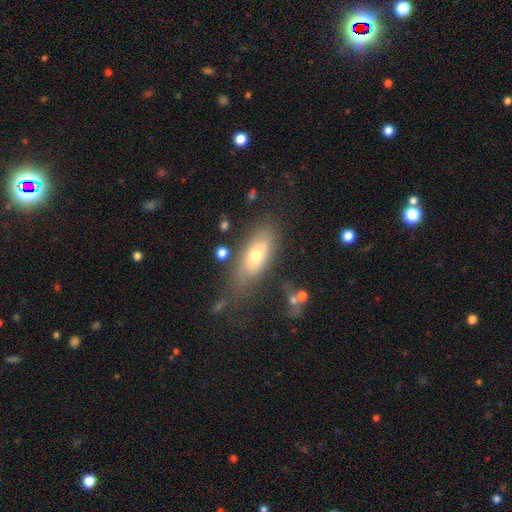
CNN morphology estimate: A smooth galaxy with no disk features (58%) that is in between round and cigar-shaped (74%).

Vote fractions:
- Smooth or featured? smooth: 58% / featured or disk: 33% / star or artifact: 9%
- How rounded? in between: 74% / cigar-shaped: 22% / round: 4%
- Merging? none: 62% / minor disturbance: 22% / major disturbance: 11% / merger: 5%